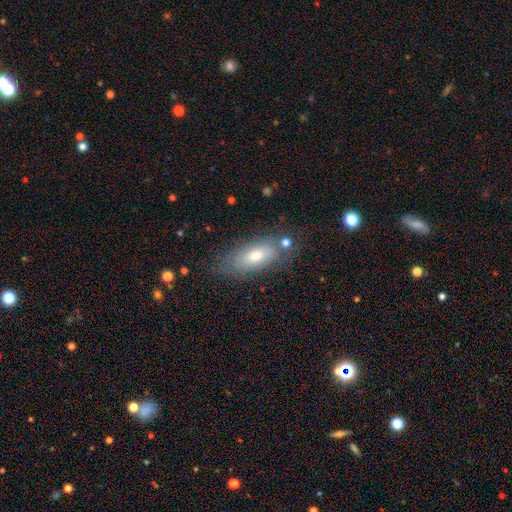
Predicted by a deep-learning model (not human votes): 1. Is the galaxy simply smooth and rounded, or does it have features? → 62% smooth, 29% featured or disk, 8% star or artifact.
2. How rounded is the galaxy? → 81% in between, 16% cigar-shaped, 3% round.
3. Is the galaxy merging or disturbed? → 70% none, 18% minor disturbance, 6% major disturbance, 5% merger.